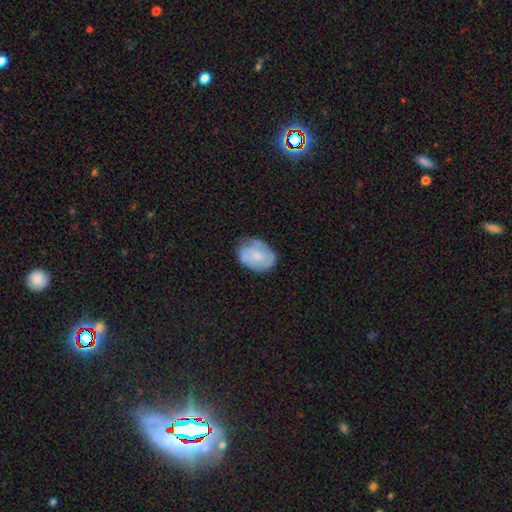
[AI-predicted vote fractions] Smooth or featured? smooth (53%)
How rounded? in between (73%)
Merging? none (61%)